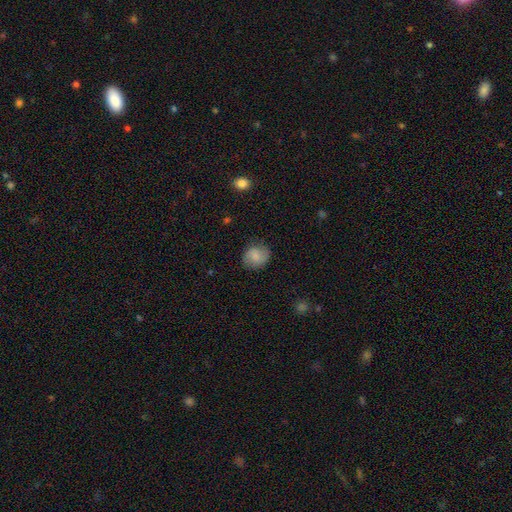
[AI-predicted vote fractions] Smooth or featured? Predicted: smooth (p=0.74). How rounded? Predicted: round (p=0.72). Merging? Predicted: none (p=0.79).